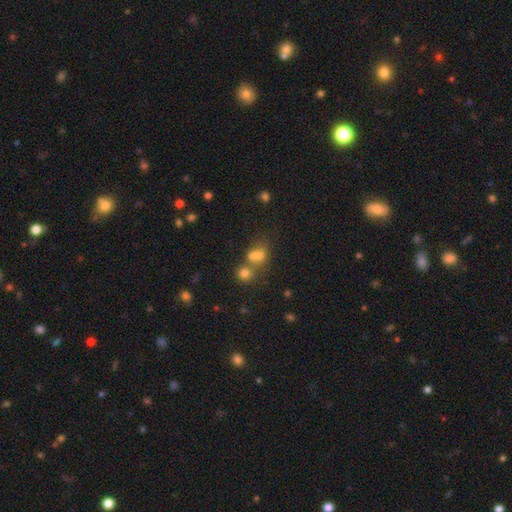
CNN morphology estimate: The model was most divided on "how rounded": round: 57%, in between: 41%, cigar-shaped: 2%. More confident: smooth or featured — smooth (64%); merging — merger (54%).